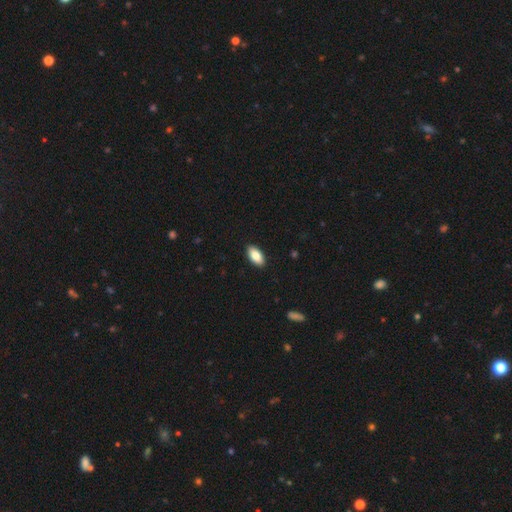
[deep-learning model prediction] smooth 85%, featured or disk 9%, star or artifact 6%. Down the decision tree: how rounded — in between (93%); merging — none (91%).